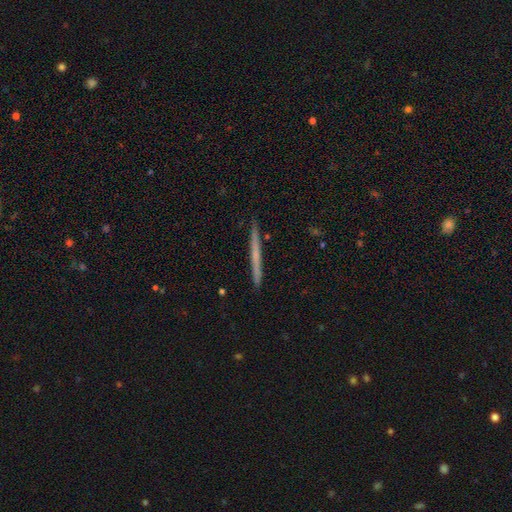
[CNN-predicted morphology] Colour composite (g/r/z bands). It shows a featured or disk galaxy (49%). Merging: none (92%).